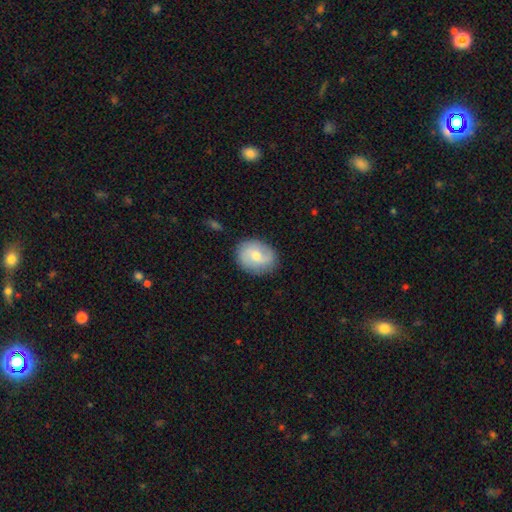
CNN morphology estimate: smooth-or-featured: smooth: 49% | featured or disk: 44% | star or artifact: 7%
  merging: none: 82% | minor disturbance: 13% | major disturbance: 4% | merger: 1%